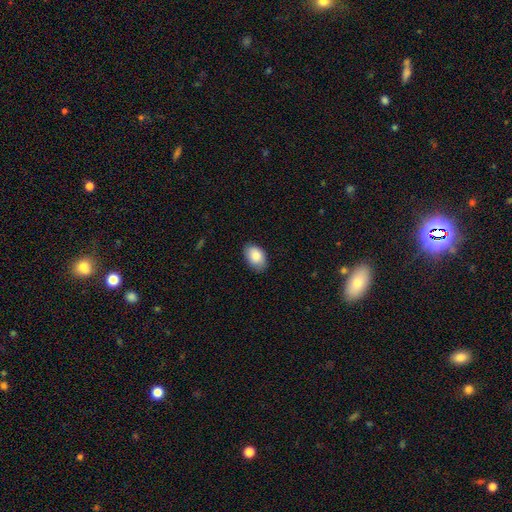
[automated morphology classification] A smooth galaxy with no disk features (86%) that is in between round and cigar-shaped (90%). Merging: none (83%).